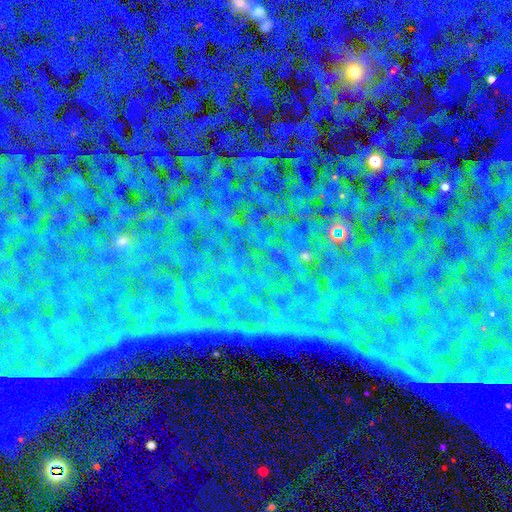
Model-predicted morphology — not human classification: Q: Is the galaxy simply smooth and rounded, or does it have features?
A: star or artifact — 86%.